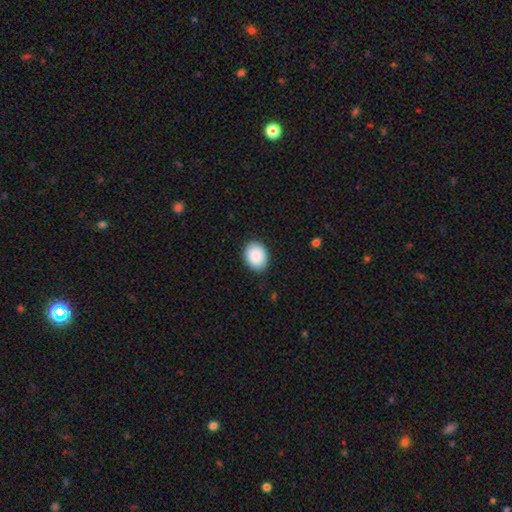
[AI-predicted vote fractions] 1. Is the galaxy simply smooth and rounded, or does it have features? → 90% smooth, 7% star or artifact, 4% featured or disk.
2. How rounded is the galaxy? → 66% in between, 33% round, 1% cigar-shaped.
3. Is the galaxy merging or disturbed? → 87% none, 9% minor disturbance, 2% major disturbance, 1% merger.